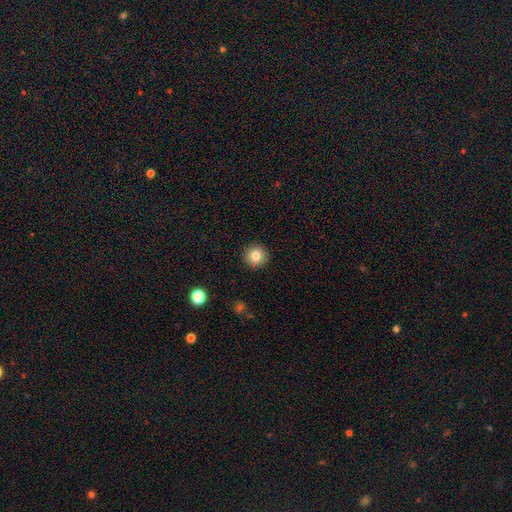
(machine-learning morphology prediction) Overall: smooth (81%). How rounded: round (93%). Merging: none (91%).